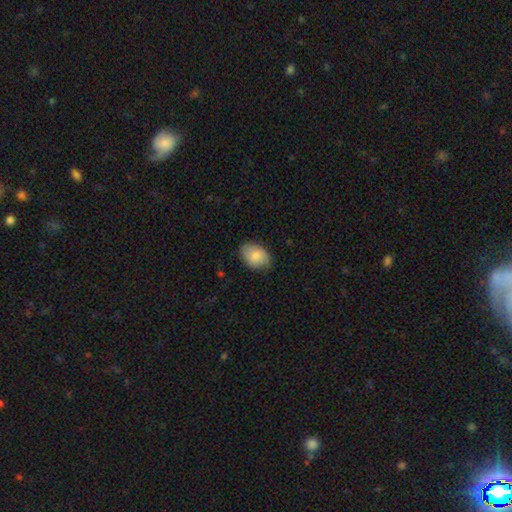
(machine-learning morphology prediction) smooth 82%, featured or disk 12%, star or artifact 7%. Down the decision tree: how rounded — in between (80%); merging — none (78%).